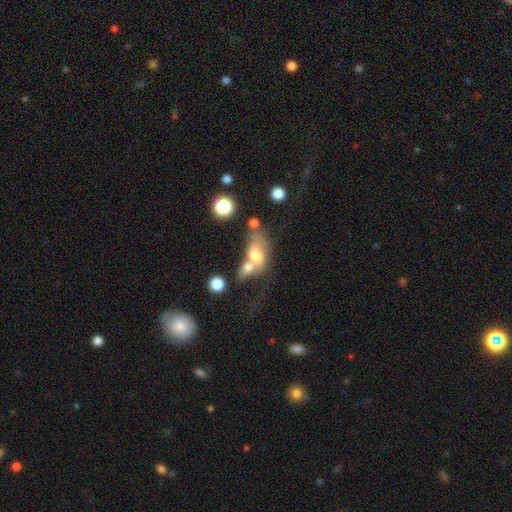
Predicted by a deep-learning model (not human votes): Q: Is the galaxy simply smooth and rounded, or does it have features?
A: smooth — 62%.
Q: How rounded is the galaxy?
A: in between — 76%.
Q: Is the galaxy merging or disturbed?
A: merger — 63%.